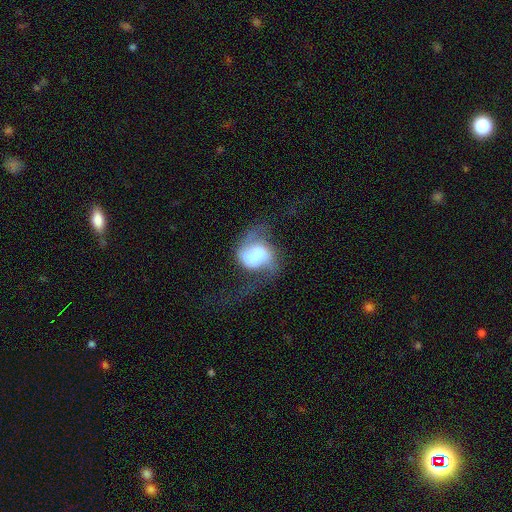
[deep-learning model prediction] smooth_or_featured: featured or disk (p=0.52) [alt: smooth p=0.39]
disk_edge_on: no (p=0.97) [alt: yes p=0.03]
bar: no (p=0.70) [alt: weak p=0.22]
has_spiral_arms: yes (p=0.68) [alt: no p=0.32]
bulge_size: large (p=0.35) [alt: dominant p=0.24]
merging: major disturbance (p=0.45) [alt: none p=0.24]